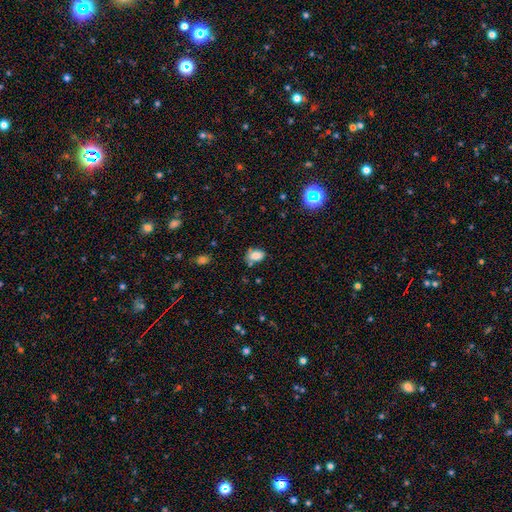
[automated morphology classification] Smooth or featured?
  - smooth: 83% *
  - star or artifact: 11%
  - featured or disk: 7%
How rounded?
  - in between: 83% *
  - round: 16%
  - cigar-shaped: 1%
Merging?
  - none: 65% *
  - minor disturbance: 23%
  - merger: 7%
  - major disturbance: 6%